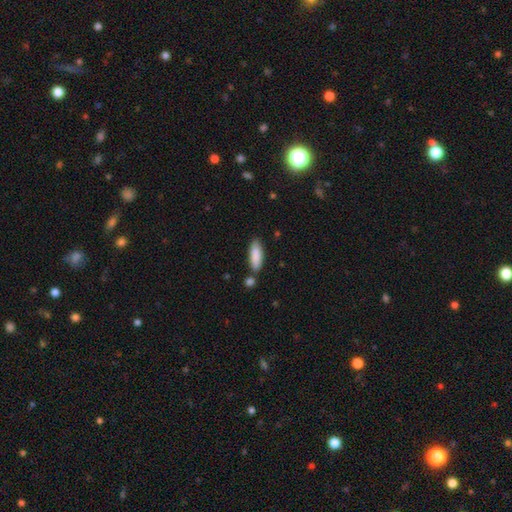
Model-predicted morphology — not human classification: Smooth or featured? smooth (86%)
How rounded? in between (62%)
Merging? none (75%)